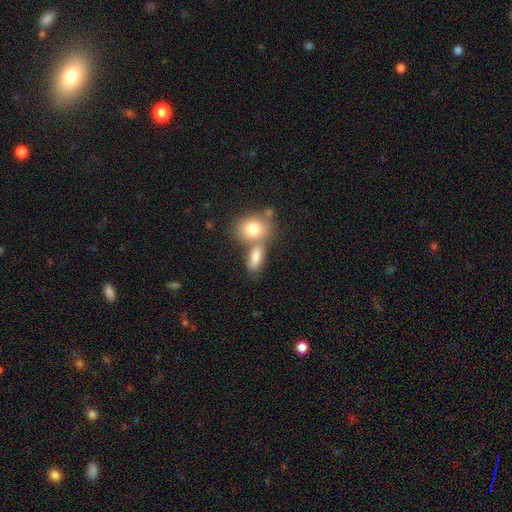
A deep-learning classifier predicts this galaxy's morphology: The model was most divided on "merging": merger: 44%, none: 42%, minor disturbance: 10%, major disturbance: 4%. More confident: smooth or featured — smooth (76%); how rounded — in between (69%).